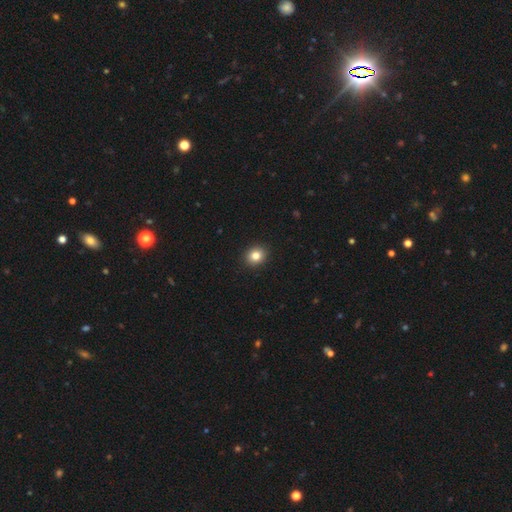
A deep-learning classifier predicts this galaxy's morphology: Smooth or featured: smooth — 83% (star or artifact — 11%)
How rounded: round — 70% (in between — 29%)
Merging: none — 92% (minor disturbance — 5%)